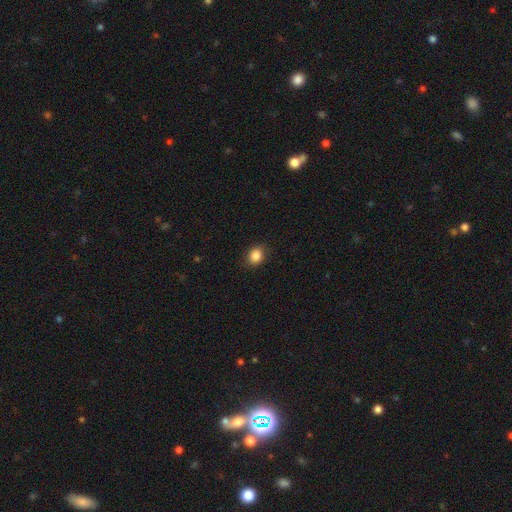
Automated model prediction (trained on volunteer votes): Morphology: type=smooth (86%); roundness=round (53%); merging=none (86%).